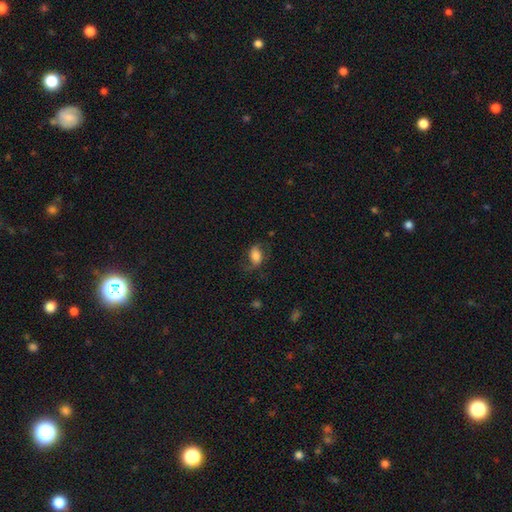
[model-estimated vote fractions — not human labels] This appears to be a smooth galaxy with no disk features (51%) that is in between round and cigar-shaped (83%). Merging: none (56%).